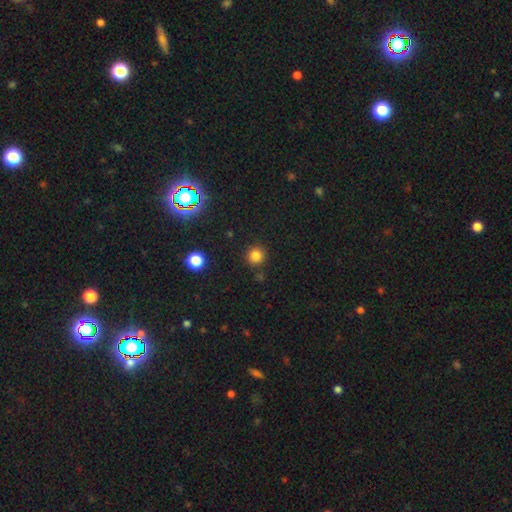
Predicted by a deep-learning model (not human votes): smooth_or_featured: smooth (p=0.82) [alt: star or artifact p=0.14]
how_rounded: round (p=0.93) [alt: in between p=0.06]
merging: none (p=0.88) [alt: minor disturbance p=0.07]